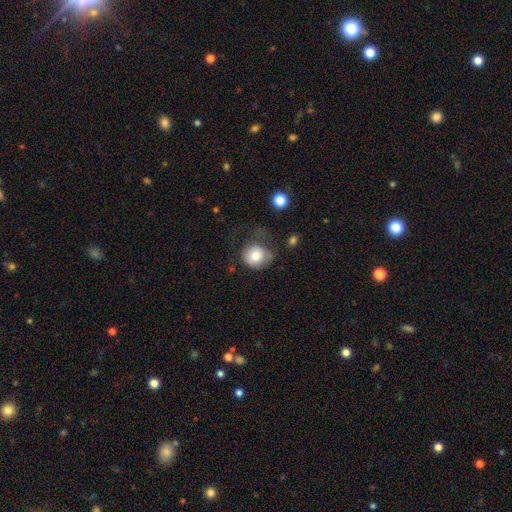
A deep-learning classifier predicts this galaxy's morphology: A smooth galaxy with no disk features (77%) that is round (81%). Merging: none (43%).